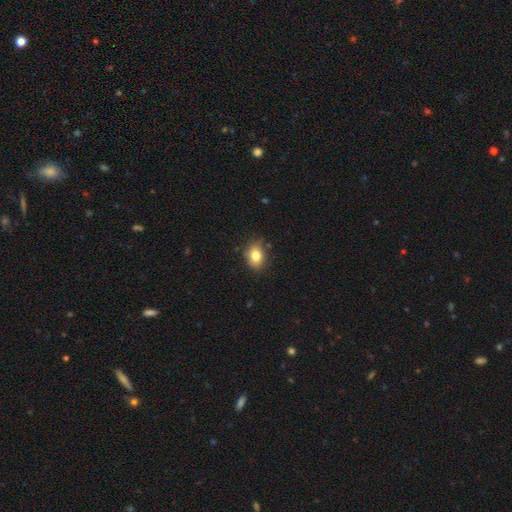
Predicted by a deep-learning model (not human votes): The model was most divided on "how rounded": in between: 63%, round: 36%, cigar-shaped: 1%. More confident: smooth or featured — smooth (81%); merging — none (81%).